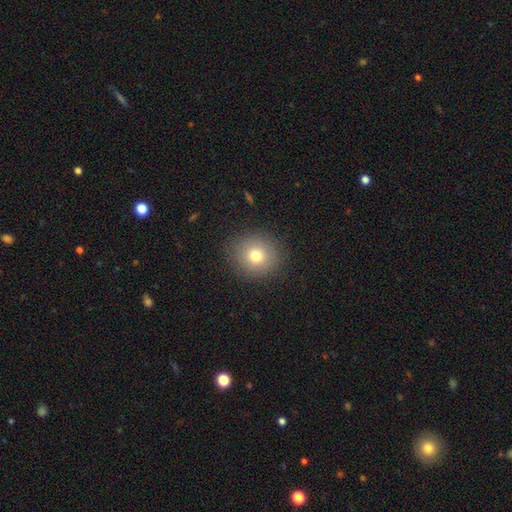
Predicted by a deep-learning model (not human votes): Smooth or featured? Predicted: smooth (p=0.76). How rounded? Predicted: round (p=0.87). Merging? Predicted: none (p=0.88).